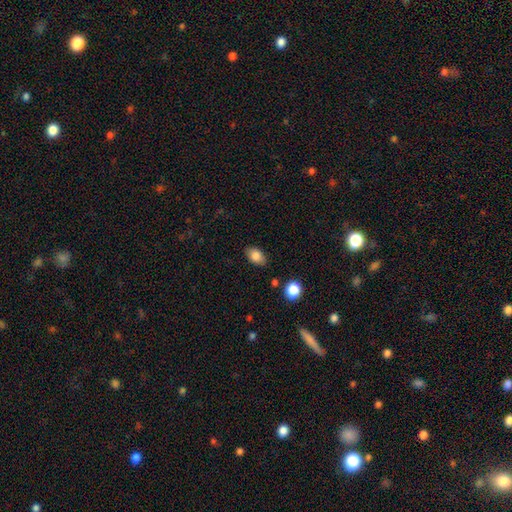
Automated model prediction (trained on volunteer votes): Smooth or featured: smooth — 84% (star or artifact — 9%)
How rounded: in between — 87% (round — 11%)
Merging: none — 82% (minor disturbance — 13%)